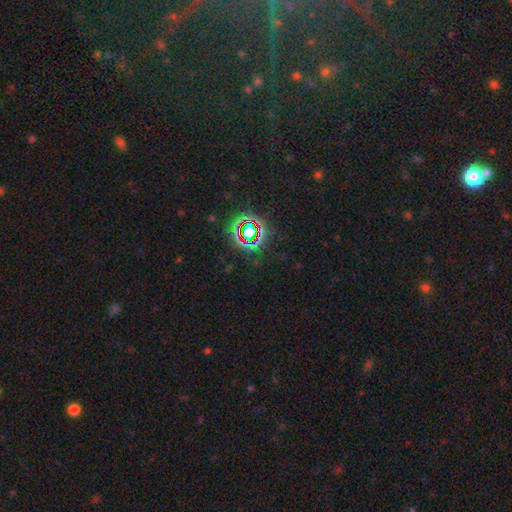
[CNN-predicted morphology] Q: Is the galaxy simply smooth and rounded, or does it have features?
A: star or artifact — 67%.